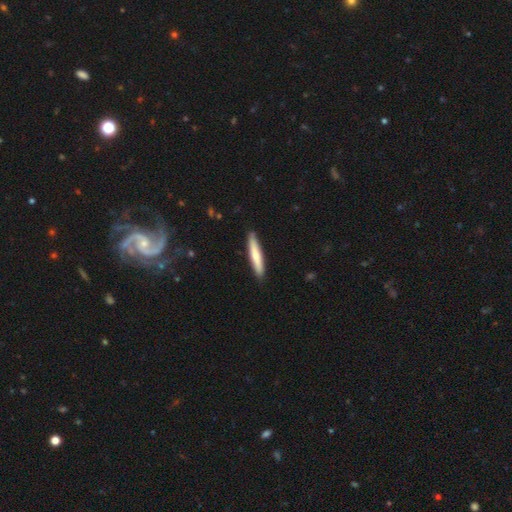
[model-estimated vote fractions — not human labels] Smooth or featured?
  - smooth: 66% *
  - featured or disk: 29%
  - star or artifact: 5%
How rounded?
  - cigar-shaped: 93% *
  - in between: 6%
  - round: 1%
Merging?
  - none: 89% *
  - minor disturbance: 8%
  - major disturbance: 1%
  - merger: 1%